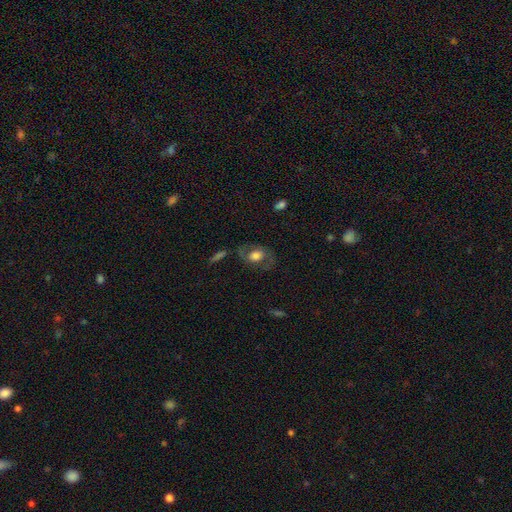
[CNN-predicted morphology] A smooth galaxy with no disk features (47%).

Vote fractions:
- Smooth or featured? smooth: 47% / featured or disk: 45% / star or artifact: 8%
- Merging? none: 63% / minor disturbance: 18% / major disturbance: 15% / merger: 3%